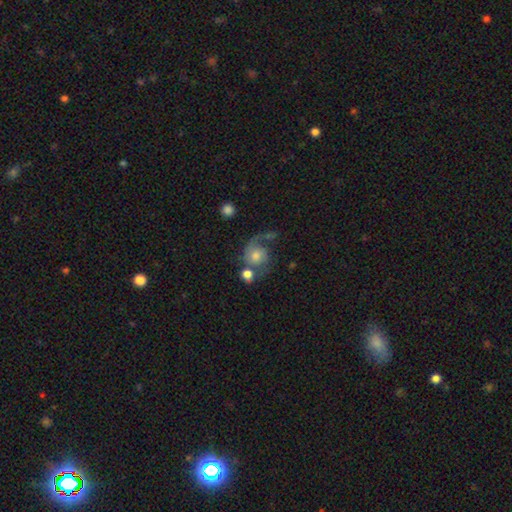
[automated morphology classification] A featured or disk galaxy (64%) with no bar (77%), 1 (52%) loose (43%) spiral arms (88%) and a moderate central bulge (53%).

Vote fractions:
- Smooth or featured? featured or disk: 64% / smooth: 27% / star or artifact: 9%
- Edge-on disk? no: 98% / yes: 2%
- Bar? no: 77% / weak: 20% / strong: 3%
- Spiral arms? yes: 88% / no: 12%
- Spiral winding? loose: 43% / medium: 38% / tight: 19%
- Spiral arm count? 1: 52% / 2: 40% / can't tell: 5% / 3: 1% / 4: 1% / more than 4: 1%
- Bulge size? moderate: 53% / small: 23% / large: 15% / none: 6% / dominant: 3%
- Merging? none: 36% / major disturbance: 26% / merger: 22% / minor disturbance: 17%